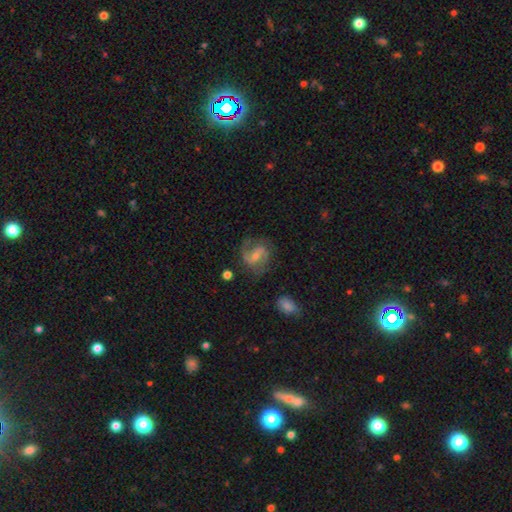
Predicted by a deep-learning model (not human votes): smooth_or_featured: featured or disk (p=0.81) [alt: smooth p=0.12]
disk_edge_on: no (p=0.97) [alt: yes p=0.03]
bar: weak (p=0.50) [alt: no p=0.26]
has_spiral_arms: yes (p=0.95) [alt: no p=0.05]
spiral_winding: medium (p=0.53) [alt: tight p=0.24]
spiral_arm_count: 2 (p=0.84) [alt: can't tell p=0.06]
bulge_size: small (p=0.52) [alt: moderate p=0.41]
merging: none (p=0.75) [alt: minor disturbance p=0.15]